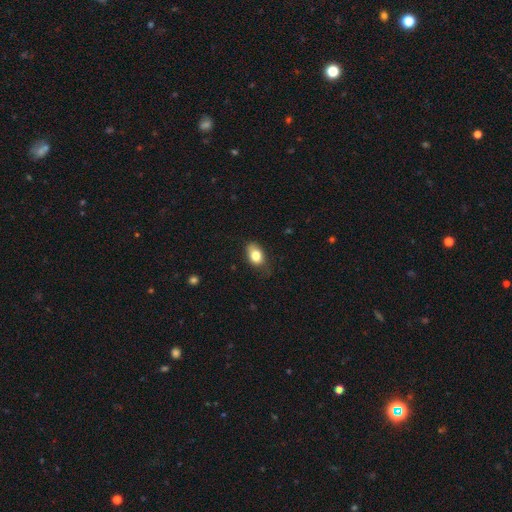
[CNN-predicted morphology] smooth-or-featured: smooth: 80% | featured or disk: 11% | star or artifact: 9%
  how-rounded: in between: 82% | round: 16% | cigar-shaped: 2%
  merging: none: 68% | minor disturbance: 25% | major disturbance: 5% | merger: 1%